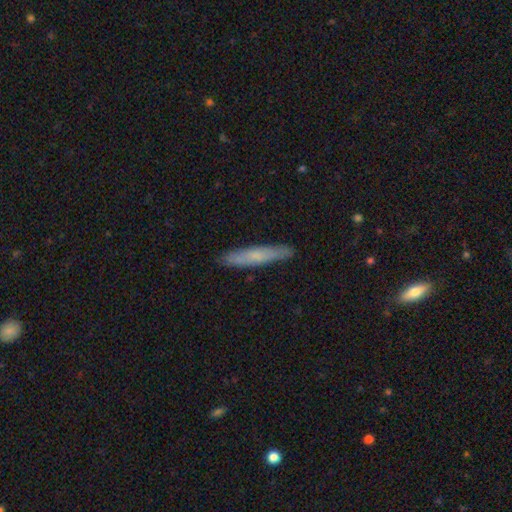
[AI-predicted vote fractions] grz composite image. It shows a smooth galaxy with no disk features (63%) that is cigar-shaped (93%). Merging: none (90%).